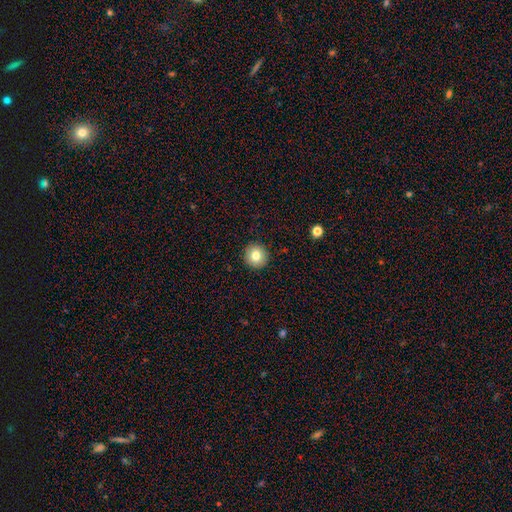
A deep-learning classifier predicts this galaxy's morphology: smooth 80%, featured or disk 10%, star or artifact 10%. Down the decision tree: how rounded — round (94%); merging — none (92%).